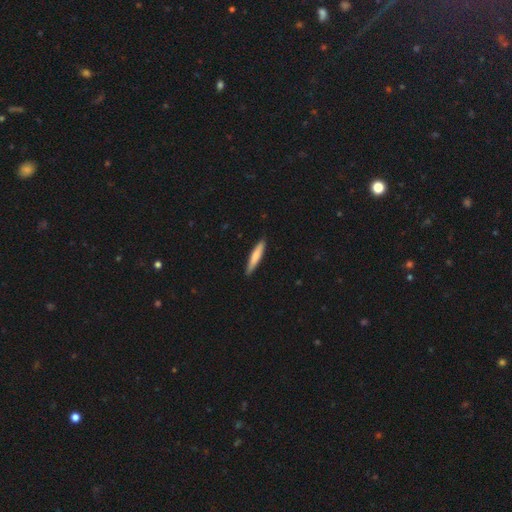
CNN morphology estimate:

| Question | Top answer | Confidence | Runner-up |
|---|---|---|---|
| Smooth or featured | smooth | 71% | featured or disk (24%) |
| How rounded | cigar-shaped | 91% | in between (8%) |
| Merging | none | 89% | minor disturbance (8%) |